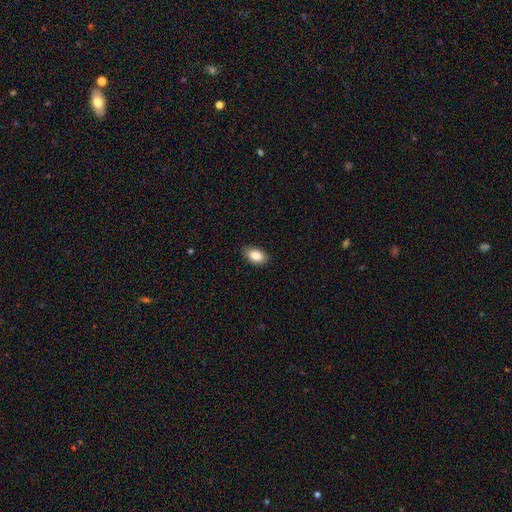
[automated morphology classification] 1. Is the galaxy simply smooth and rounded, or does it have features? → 88% smooth, 7% star or artifact, 5% featured or disk.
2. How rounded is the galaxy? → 90% in between, 8% round, 2% cigar-shaped.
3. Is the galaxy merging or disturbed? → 85% none, 11% minor disturbance, 2% major disturbance, 1% merger.